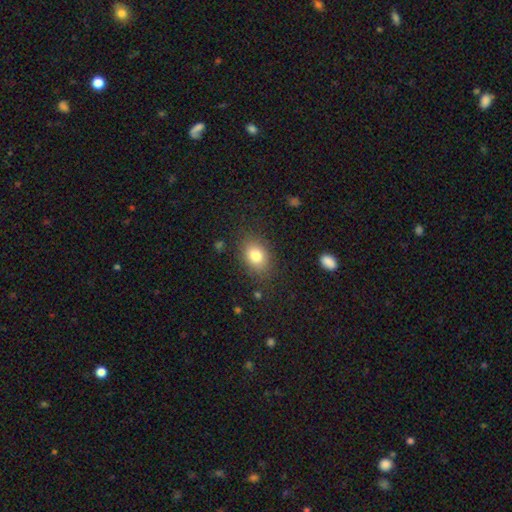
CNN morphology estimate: A smooth galaxy with no disk features (80%) that is in between round and cigar-shaped (70%).

Vote fractions:
- Smooth or featured? smooth: 80% / featured or disk: 10% / star or artifact: 10%
- How rounded? in between: 70% / round: 29% / cigar-shaped: 1%
- Merging? none: 82% / minor disturbance: 12% / major disturbance: 4% / merger: 2%